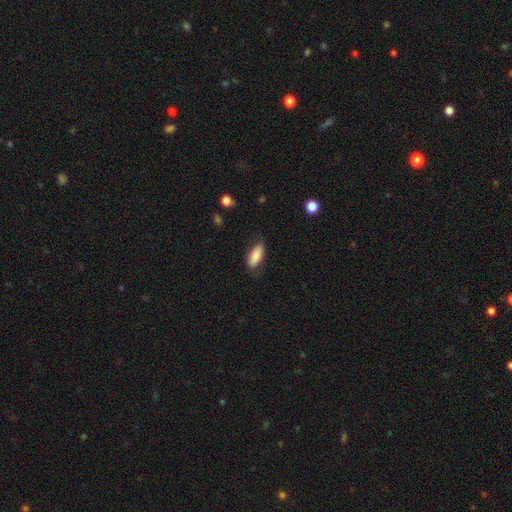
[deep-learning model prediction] A smooth galaxy with no disk features (84%) that is in between round and cigar-shaped (76%). Merging: none (76%).